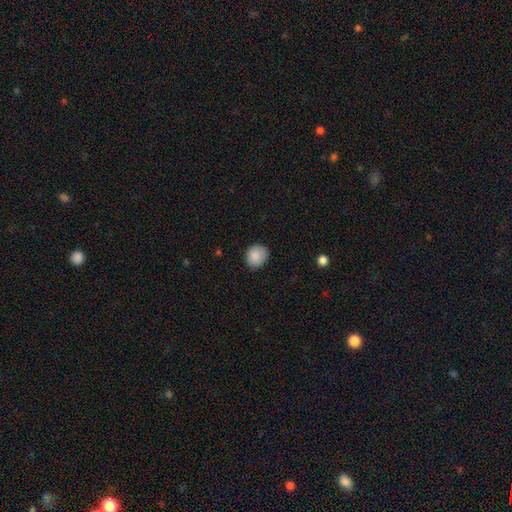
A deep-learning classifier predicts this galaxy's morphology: smooth_or_featured: smooth (p=0.88) [alt: star or artifact p=0.08]
how_rounded: round (p=0.71) [alt: in between p=0.28]
merging: none (p=0.85) [alt: minor disturbance p=0.12]